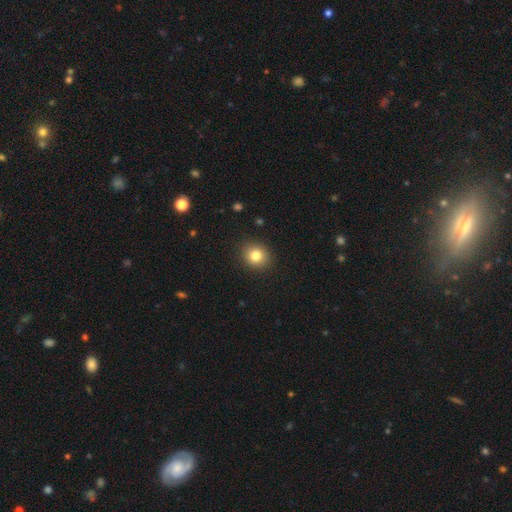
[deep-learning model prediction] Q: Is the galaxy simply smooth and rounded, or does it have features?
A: smooth — 82%.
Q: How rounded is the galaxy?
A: round — 77%.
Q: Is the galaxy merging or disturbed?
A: none — 90%.